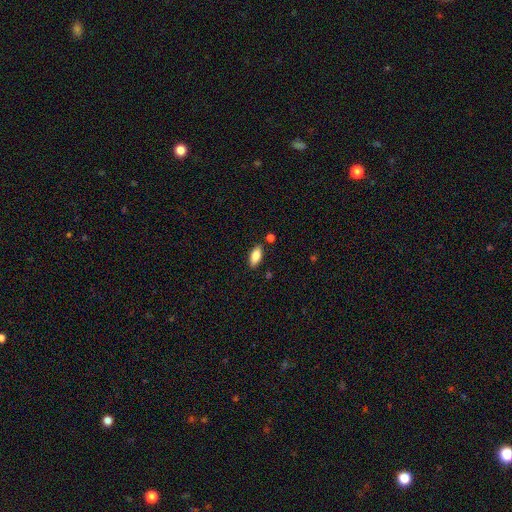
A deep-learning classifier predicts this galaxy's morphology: smooth-or-featured: smooth: 82% | featured or disk: 11% | star or artifact: 7%
  how-rounded: in between: 85% | cigar-shaped: 13% | round: 2%
  merging: none: 85% | minor disturbance: 10% | merger: 3% | major disturbance: 2%